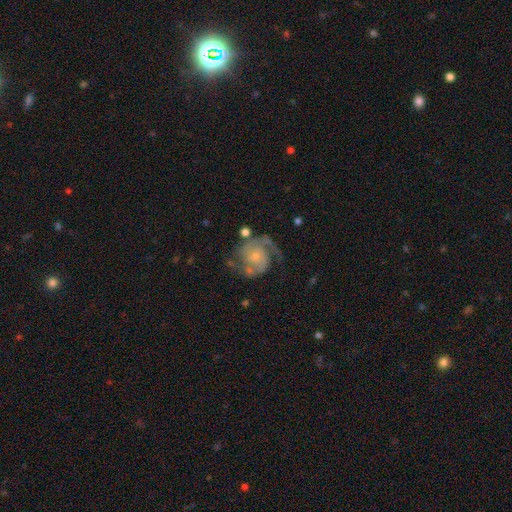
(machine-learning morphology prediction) This appears to be a featured or disk galaxy (90%) with no bar (70%), 2 (90%) medium (55%) spiral arms (98%) and a small central bulge (68%). Merging: none (68%).